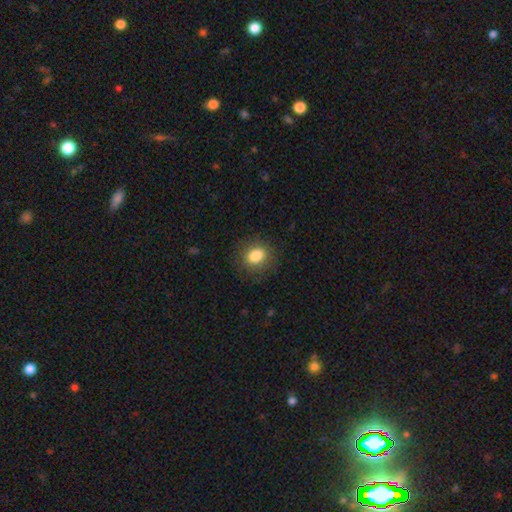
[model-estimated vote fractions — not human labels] smooth 84%, star or artifact 10%, featured or disk 7%. Down the decision tree: how rounded — round (55%); merging — none (86%).